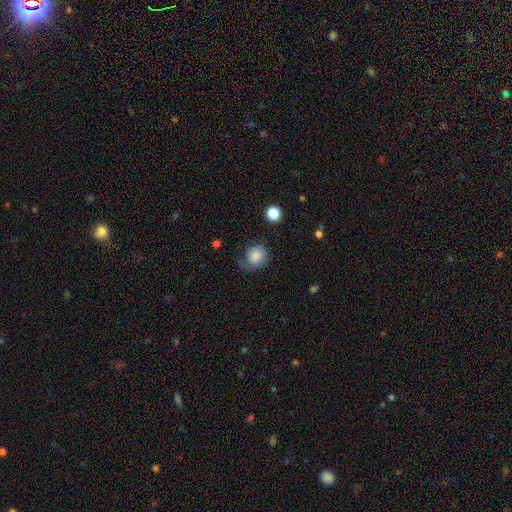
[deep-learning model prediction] Morphology: type=smooth (80%); roundness=round (79%); merging=none (49%).